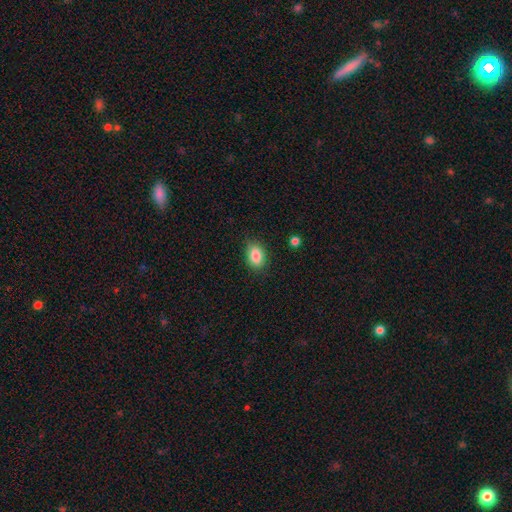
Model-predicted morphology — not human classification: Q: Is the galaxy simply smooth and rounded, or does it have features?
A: smooth — 85%.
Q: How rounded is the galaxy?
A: in between — 82%.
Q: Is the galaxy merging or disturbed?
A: none — 82%.